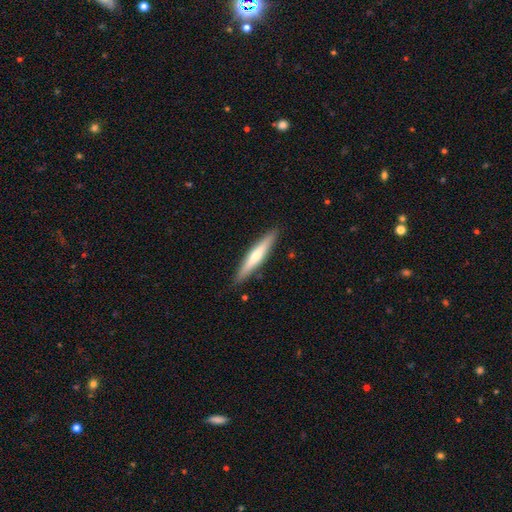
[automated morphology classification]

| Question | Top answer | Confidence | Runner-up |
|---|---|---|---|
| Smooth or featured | featured or disk | 51% | smooth (43%) |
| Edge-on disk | yes | 94% | no (6%) |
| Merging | none | 90% | minor disturbance (7%) |